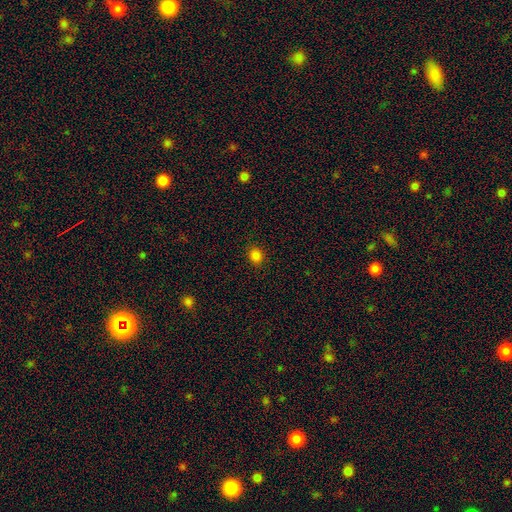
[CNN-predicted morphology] Smooth or featured?
  - smooth: 83% *
  - star or artifact: 14%
  - featured or disk: 3%
How rounded?
  - round: 66% *
  - in between: 33%
  - cigar-shaped: 1%
Merging?
  - none: 90% *
  - minor disturbance: 7%
  - major disturbance: 2%
  - merger: 1%